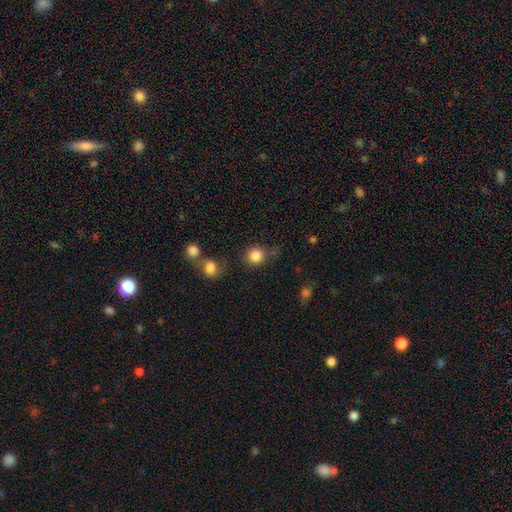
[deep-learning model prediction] The model was most divided on "merging": none: 72%, minor disturbance: 15%, merger: 8%, major disturbance: 5%. More confident: how rounded — round (88%); smooth or featured — smooth (86%).